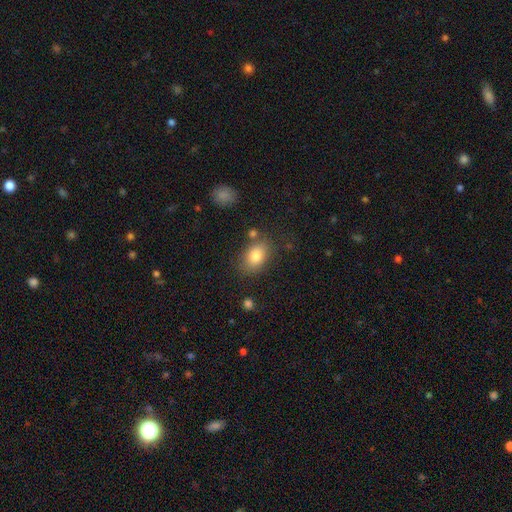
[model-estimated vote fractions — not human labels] smooth 80%, featured or disk 10%, star or artifact 9%. Down the decision tree: how rounded — in between (78%); merging — none (75%).